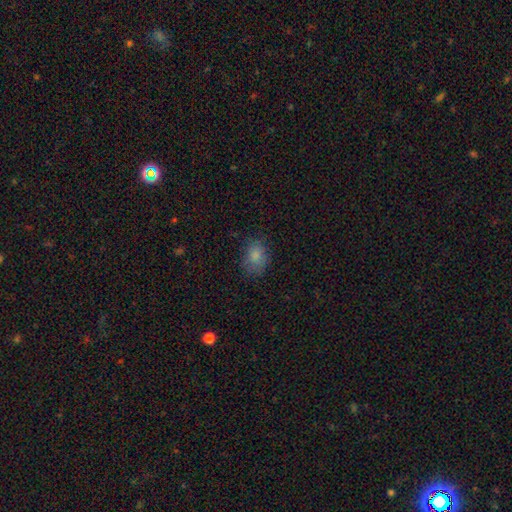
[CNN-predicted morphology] The model was most divided on "how rounded": in between: 60%, round: 39%, cigar-shaped: 1%. More confident: smooth or featured — smooth (82%); merging — none (69%).